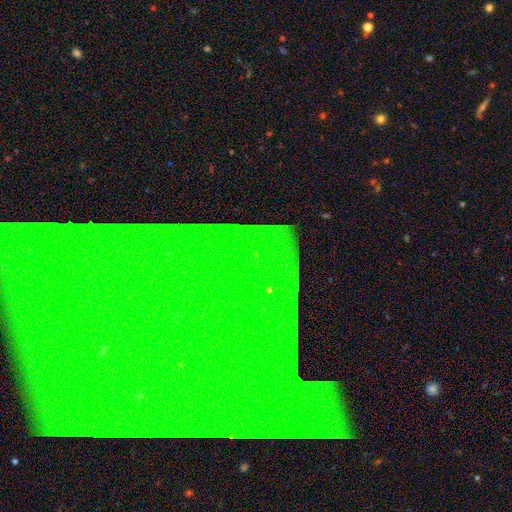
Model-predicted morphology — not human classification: Smooth or featured?
  - star or artifact: 86% *
  - featured or disk: 8%
  - smooth: 7%